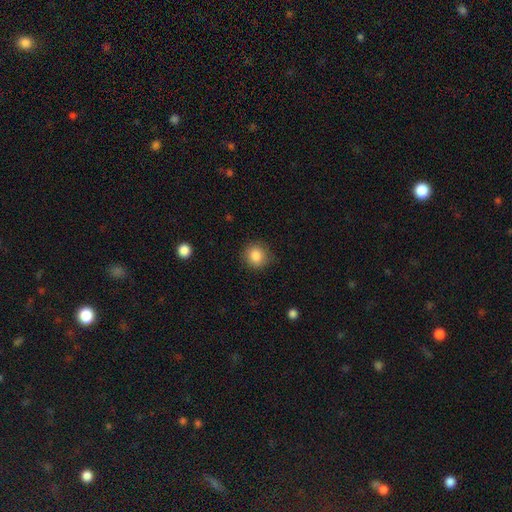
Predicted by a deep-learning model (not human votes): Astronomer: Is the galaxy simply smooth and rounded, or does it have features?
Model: smooth — 86%.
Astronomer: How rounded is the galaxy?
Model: round — 89%.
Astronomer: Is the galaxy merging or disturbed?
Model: none — 84%.